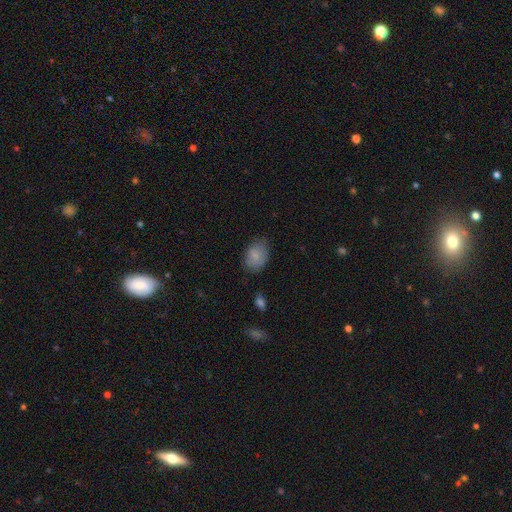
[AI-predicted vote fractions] The model was most divided on "merging": none: 71%, minor disturbance: 22%, major disturbance: 5%, merger: 2%. More confident: smooth or featured — smooth (82%); how rounded — in between (80%).